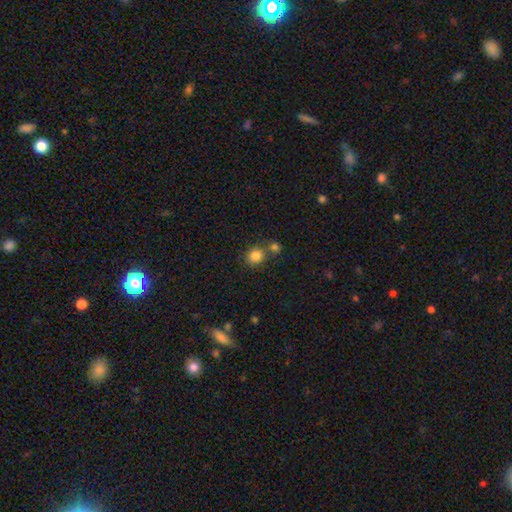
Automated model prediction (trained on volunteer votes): Smooth or featured?
  - smooth: 83% *
  - star or artifact: 11%
  - featured or disk: 6%
How rounded?
  - round: 81% *
  - in between: 18%
  - cigar-shaped: 1%
Merging?
  - none: 60% *
  - merger: 27%
  - minor disturbance: 9%
  - major disturbance: 3%